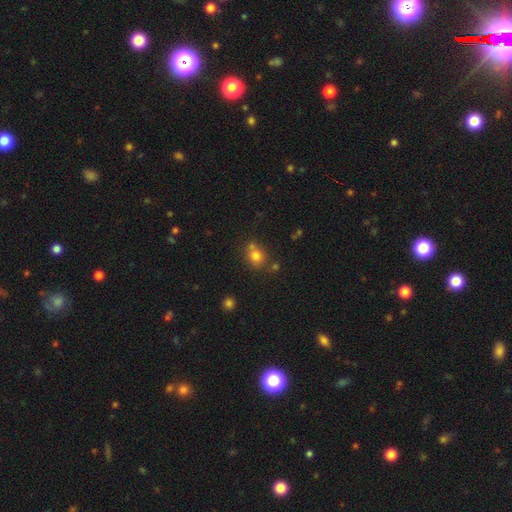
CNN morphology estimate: A smooth galaxy with no disk features (76%) that is round (69%). Merging: none (60%).